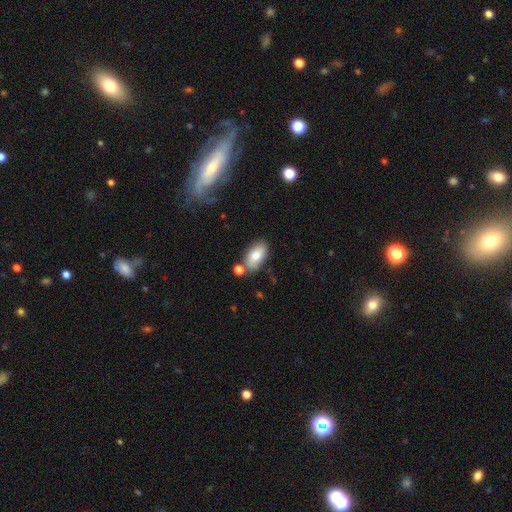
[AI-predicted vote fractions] Q: Smooth or featured?
A: smooth (77%); runner-up: featured or disk (16%)
Q: How rounded?
A: in between (93%); runner-up: round (4%)
Q: Merging?
A: none (72%); runner-up: minor disturbance (15%)